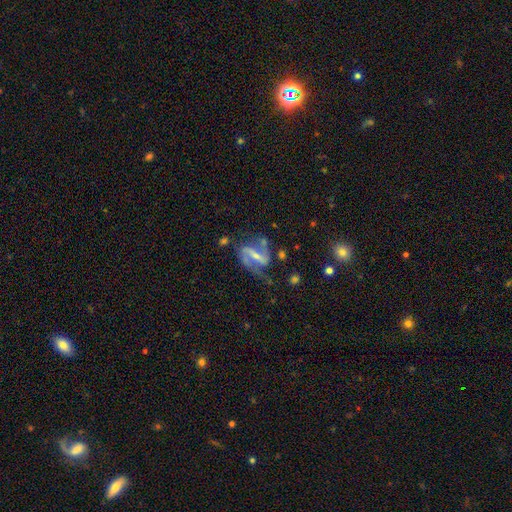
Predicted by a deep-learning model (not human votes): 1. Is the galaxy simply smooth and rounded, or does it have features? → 86% featured or disk, 8% smooth, 6% star or artifact.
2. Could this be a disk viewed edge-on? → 96% no, 4% yes.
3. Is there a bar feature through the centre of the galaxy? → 62% strong, 28% weak, 10% no.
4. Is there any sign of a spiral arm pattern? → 93% yes, 7% no.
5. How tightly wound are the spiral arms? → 48% medium, 37% loose, 16% tight.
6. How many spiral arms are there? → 87% 2, 6% 1, 4% can't tell, 2% 3, 1% 4, 1% more than 4.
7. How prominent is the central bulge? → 56% small, 35% moderate, 6% none, 2% large, 1% dominant.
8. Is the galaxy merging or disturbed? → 56% none, 21% minor disturbance, 18% major disturbance, 5% merger.